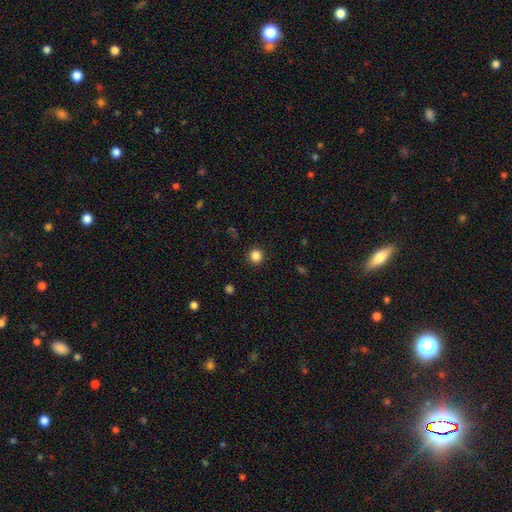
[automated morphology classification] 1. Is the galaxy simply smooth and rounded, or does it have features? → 85% smooth, 11% star or artifact, 3% featured or disk.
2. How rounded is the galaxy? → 94% round, 5% in between, 1% cigar-shaped.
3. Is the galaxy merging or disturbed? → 92% none, 5% minor disturbance, 2% major disturbance, 1% merger.